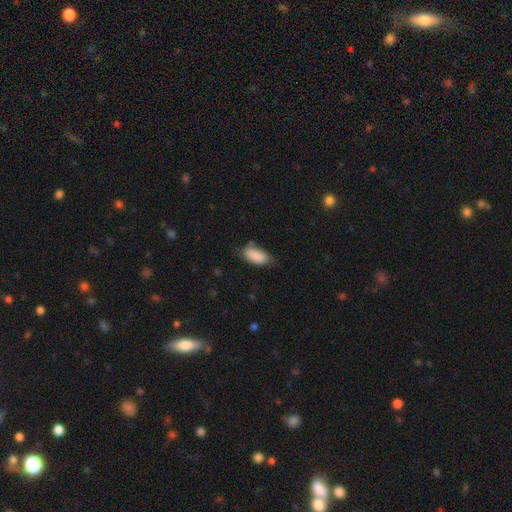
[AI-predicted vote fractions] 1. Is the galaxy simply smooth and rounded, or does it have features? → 87% smooth, 7% star or artifact, 6% featured or disk.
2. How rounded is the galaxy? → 89% in between, 9% cigar-shaped, 2% round.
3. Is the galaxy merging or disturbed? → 62% none, 28% minor disturbance, 6% major disturbance, 3% merger.